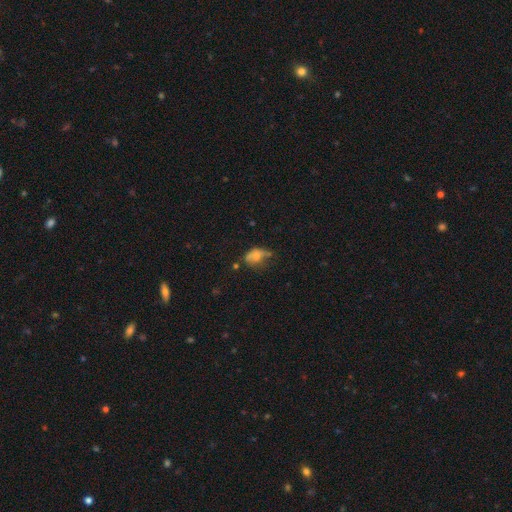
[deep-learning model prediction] A smooth galaxy with no disk features (60%) that is in between round and cigar-shaped (79%).

Vote fractions:
- Smooth or featured? smooth: 60% / featured or disk: 25% / star or artifact: 15%
- How rounded? in between: 79% / round: 18% / cigar-shaped: 4%
- Merging? minor disturbance: 34% / none: 32% / major disturbance: 26% / merger: 8%